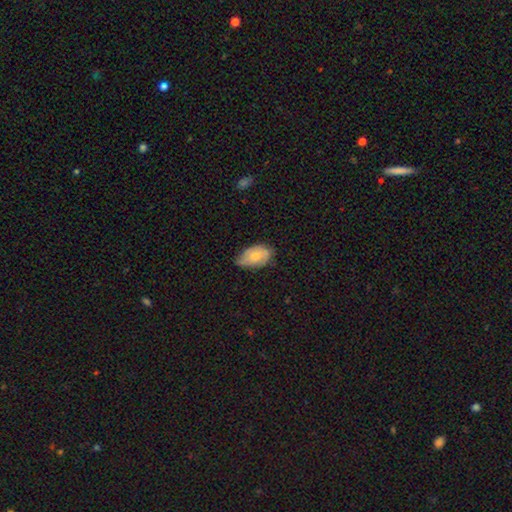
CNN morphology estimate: Q: Smooth or featured?
A: smooth (68%); runner-up: featured or disk (25%)
Q: How rounded?
A: in between (92%); runner-up: round (6%)
Q: Merging?
A: none (54%); runner-up: minor disturbance (38%)